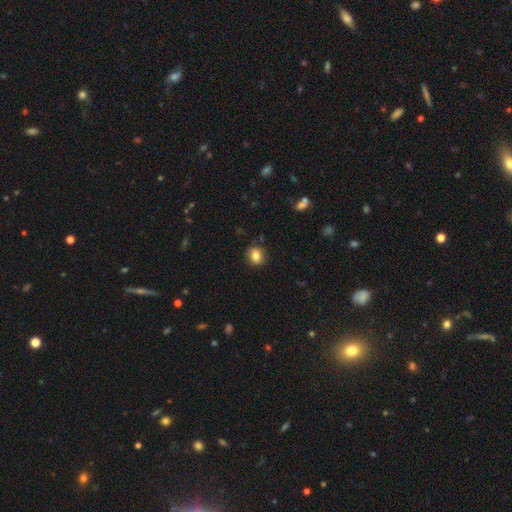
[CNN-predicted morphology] A smooth galaxy with no disk features (83%) that is round (76%). Merging: none (88%).